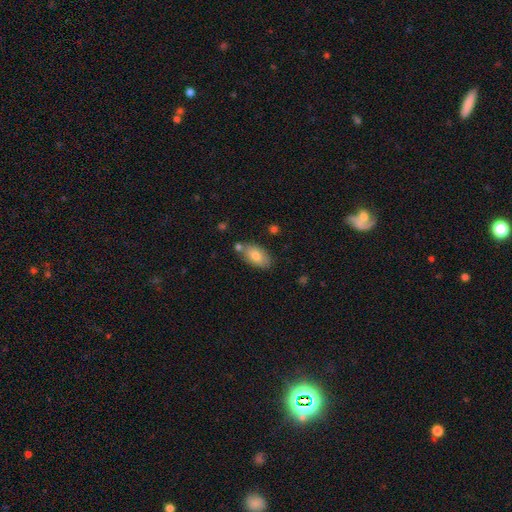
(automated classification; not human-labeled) A smooth galaxy with no disk features (79%) that is in between round and cigar-shaped (93%). Merging: none (71%).